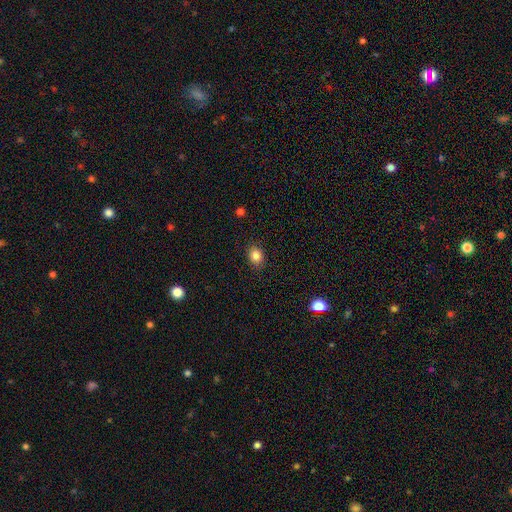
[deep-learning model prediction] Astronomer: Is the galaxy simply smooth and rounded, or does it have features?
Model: smooth — 85%.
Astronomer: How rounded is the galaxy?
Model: in between — 50% (runner-up: round, 49%).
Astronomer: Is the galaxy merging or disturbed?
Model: none — 86%.